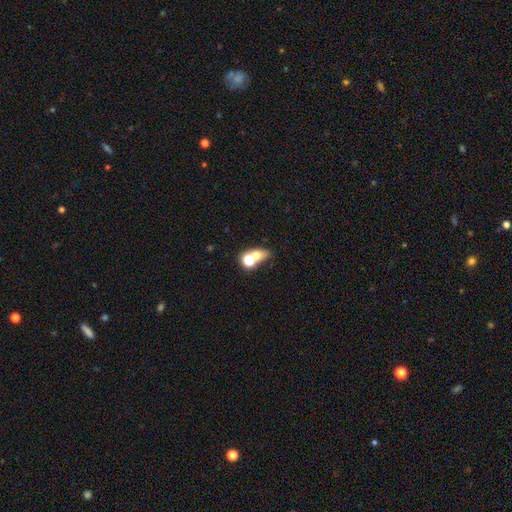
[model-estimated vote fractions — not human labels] smooth 63%, featured or disk 20%, star or artifact 17%. Down the decision tree: how rounded — in between (52%); merging — merger (52%).